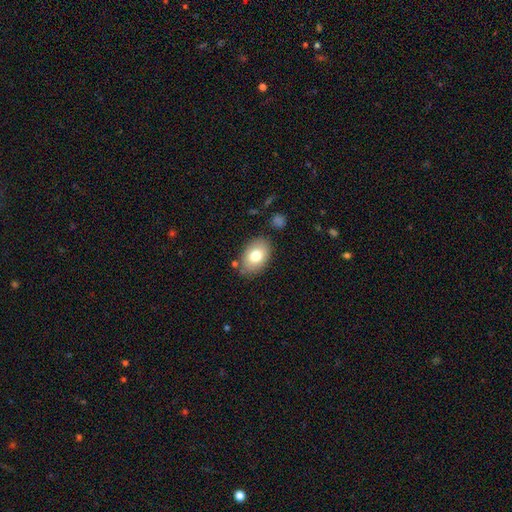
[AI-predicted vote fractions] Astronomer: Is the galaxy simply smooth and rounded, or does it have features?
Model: smooth — 77%.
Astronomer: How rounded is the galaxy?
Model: in between — 85%.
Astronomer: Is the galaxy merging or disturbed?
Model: none — 81%.